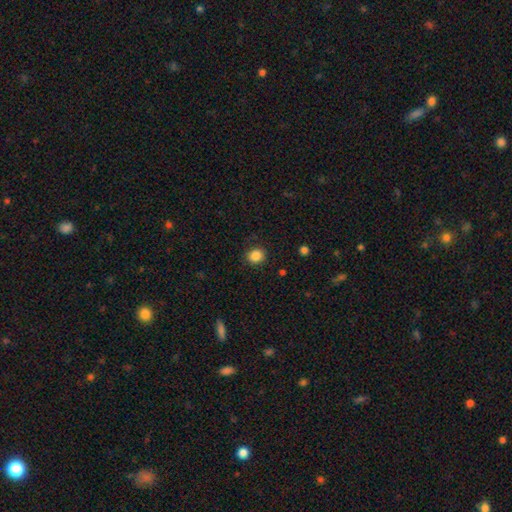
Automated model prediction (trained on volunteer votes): The model was most divided on "how rounded": round: 80%, in between: 19%, cigar-shaped: 1%. More confident: merging — none (88%); smooth or featured — smooth (86%).